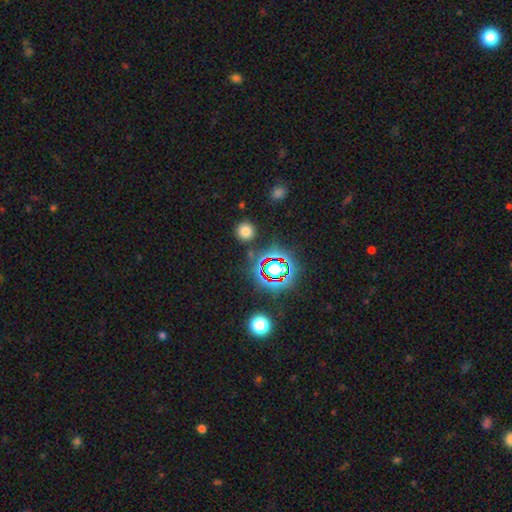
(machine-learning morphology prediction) Smooth or featured? Predicted: star or artifact (p=0.74).